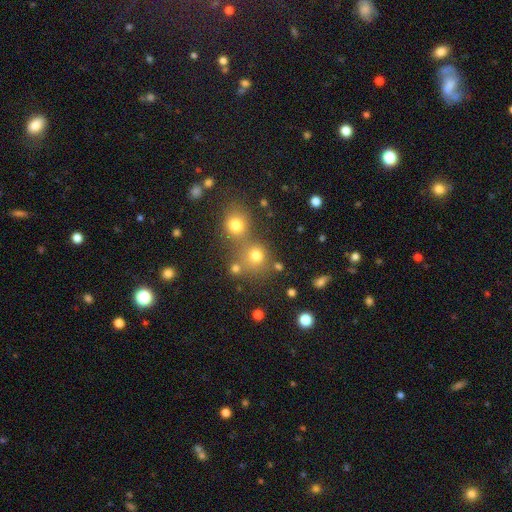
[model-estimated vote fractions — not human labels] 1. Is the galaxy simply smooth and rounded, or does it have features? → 75% smooth, 17% star or artifact, 8% featured or disk.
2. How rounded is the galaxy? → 86% round, 13% in between, 1% cigar-shaped.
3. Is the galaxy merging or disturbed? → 57% none, 31% merger, 8% minor disturbance, 4% major disturbance.